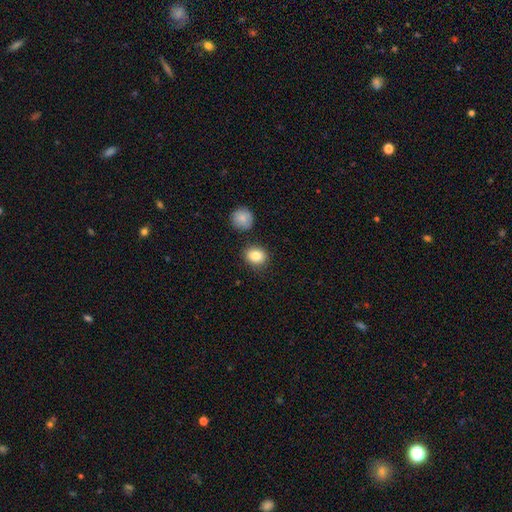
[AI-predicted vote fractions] This is clearly a smooth galaxy (83%). How rounded: likely round (69%). Merging: clearly none (82%).